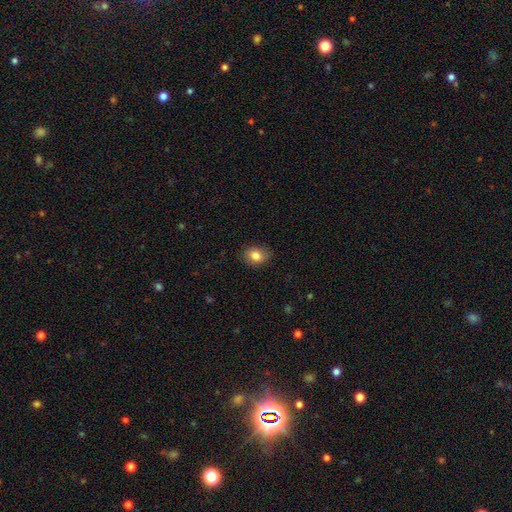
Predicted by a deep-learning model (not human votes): A smooth galaxy with no disk features (83%) that is in between round and cigar-shaped (50%). Merging: none (83%).